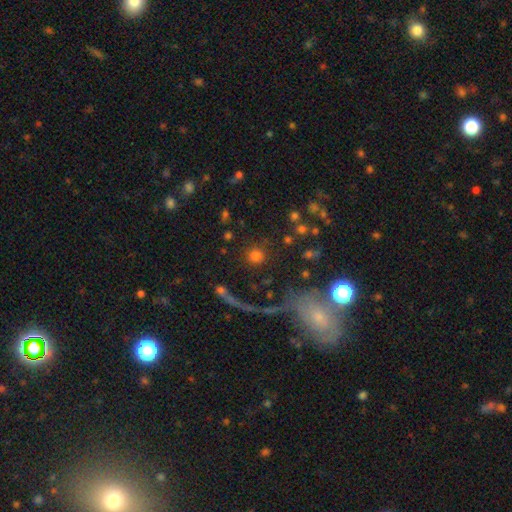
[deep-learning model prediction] Q: Smooth or featured?
A: smooth (76%); runner-up: star or artifact (17%)
Q: How rounded?
A: round (93%); runner-up: in between (5%)
Q: Merging?
A: none (84%); runner-up: minor disturbance (7%)